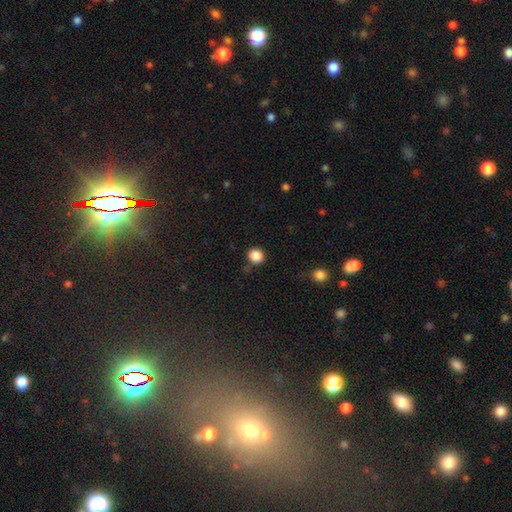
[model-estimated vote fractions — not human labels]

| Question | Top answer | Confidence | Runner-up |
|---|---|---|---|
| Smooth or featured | smooth | 86% | star or artifact (10%) |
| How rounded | round | 87% | in between (12%) |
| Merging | none | 81% | minor disturbance (11%) |